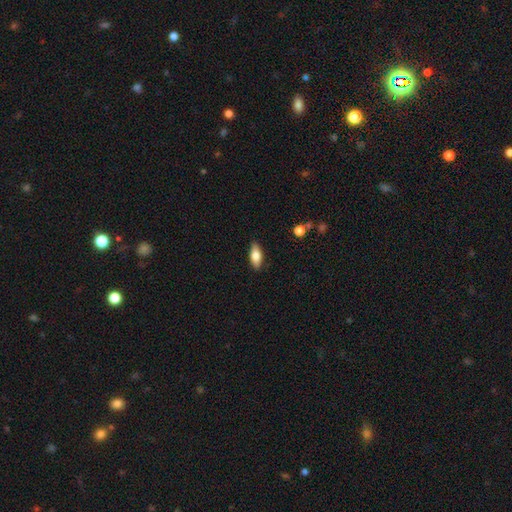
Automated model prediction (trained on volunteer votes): A smooth galaxy with no disk features (74%) that is in between round and cigar-shaped (79%).

Vote fractions:
- Smooth or featured? smooth: 74% / featured or disk: 20% / star or artifact: 7%
- How rounded? in between: 79% / cigar-shaped: 19% / round: 3%
- Merging? none: 88% / minor disturbance: 9% / major disturbance: 2% / merger: 1%